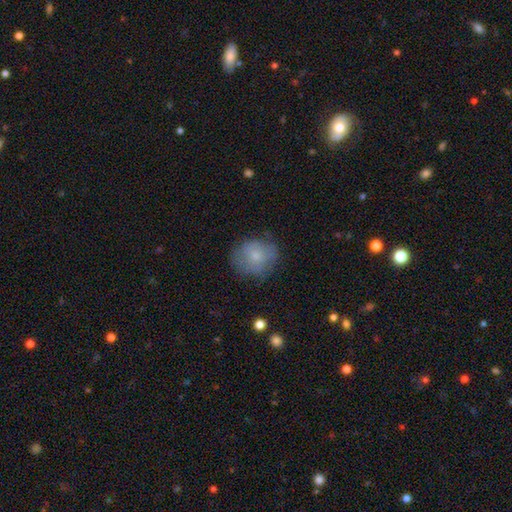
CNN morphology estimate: This is likely a smooth galaxy (71%). How rounded: clearly round (81%). Merging: likely none (68%).